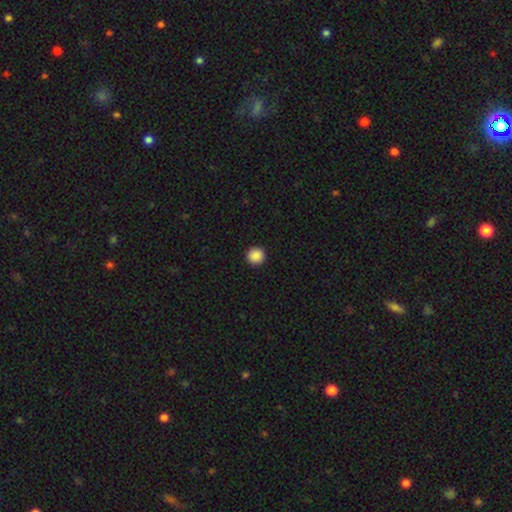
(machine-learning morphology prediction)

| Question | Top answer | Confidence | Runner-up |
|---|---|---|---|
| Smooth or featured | smooth | 88% | star or artifact (10%) |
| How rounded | round | 95% | in between (4%) |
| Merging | none | 93% | minor disturbance (4%) |